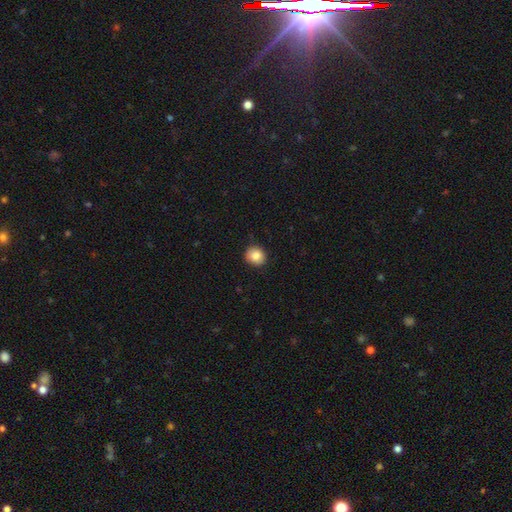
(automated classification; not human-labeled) Smooth or featured?
  - smooth: 84% *
  - star or artifact: 9%
  - featured or disk: 7%
How rounded?
  - round: 81% *
  - in between: 18%
  - cigar-shaped: 1%
Merging?
  - none: 83% *
  - minor disturbance: 13%
  - major disturbance: 2%
  - merger: 1%